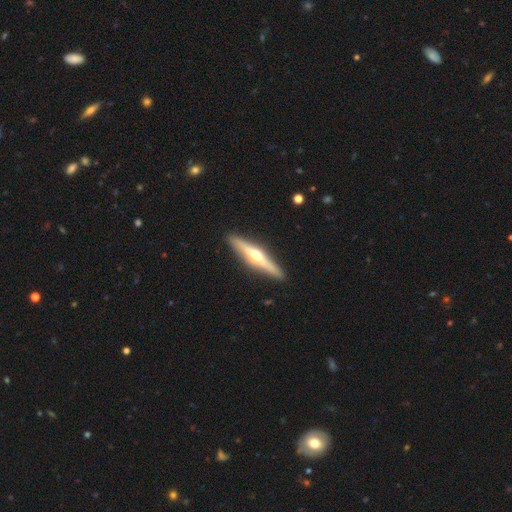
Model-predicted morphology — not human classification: The model was most divided on "smooth or featured": featured or disk: 72%, smooth: 23%, star or artifact: 5%. More confident: edge-on disk — yes (97%); edge-on bulge — rounded (95%); merging — none (91%).